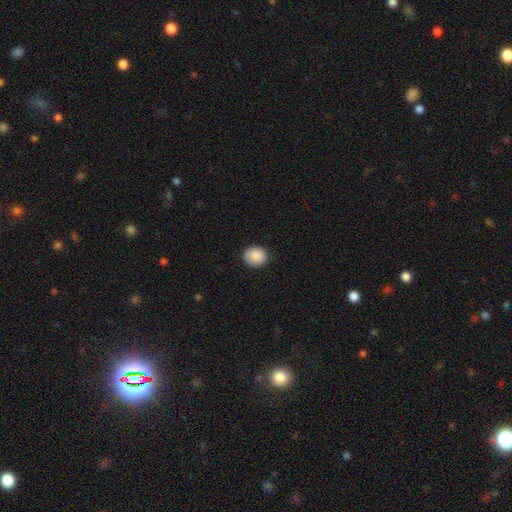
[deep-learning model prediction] Q: Smooth or featured?
A: smooth (89%); runner-up: star or artifact (8%)
Q: How rounded?
A: round (72%); runner-up: in between (27%)
Q: Merging?
A: none (86%); runner-up: minor disturbance (11%)